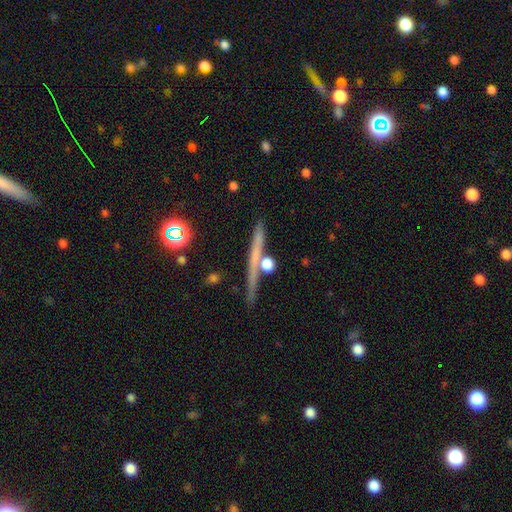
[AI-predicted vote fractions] This is possibly a featured or disk galaxy (56%). It is clearly viewed edge-on (95%). Edge-on bulge: likely none (66%). Merging: likely none (80%).